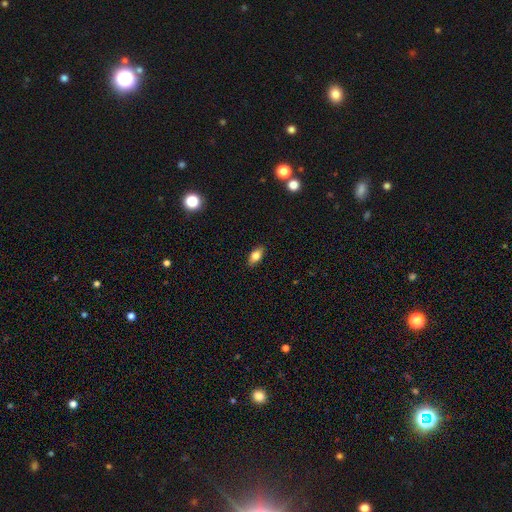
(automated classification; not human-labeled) This is likely a smooth galaxy (76%). How rounded: clearly in between (85%). Merging: clearly none (88%).